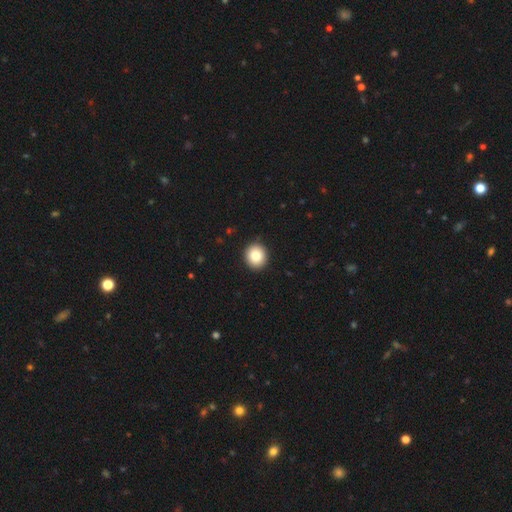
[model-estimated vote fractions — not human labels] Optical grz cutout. It shows a smooth galaxy with no disk features (83%) that is round (85%). Merging: none (92%).